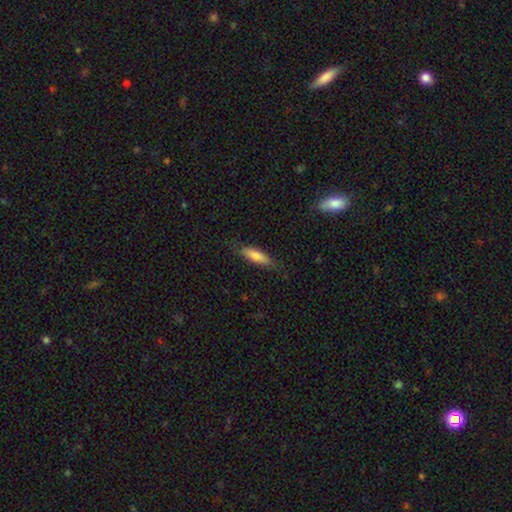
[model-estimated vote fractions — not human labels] Smooth or featured? smooth (75%)
How rounded? cigar-shaped (56%)
Merging? none (78%)